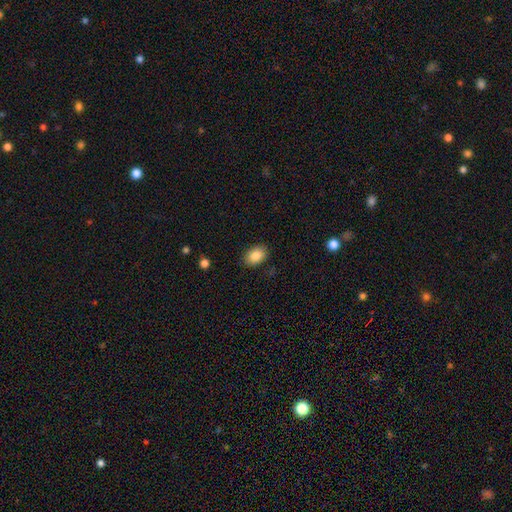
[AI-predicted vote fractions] Smooth or featured?
  - smooth: 87% *
  - star or artifact: 8%
  - featured or disk: 6%
How rounded?
  - in between: 85% *
  - round: 14%
  - cigar-shaped: 1%
Merging?
  - none: 87% *
  - minor disturbance: 9%
  - major disturbance: 2%
  - merger: 1%